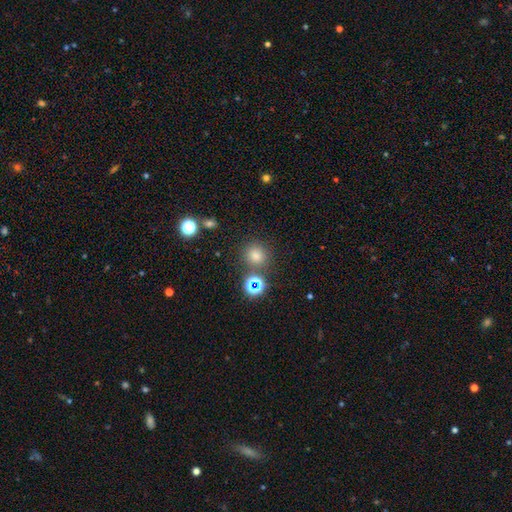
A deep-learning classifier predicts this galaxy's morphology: Smooth or featured: smooth — 68% (star or artifact — 25%)
How rounded: round — 89% (in between — 10%)
Merging: none — 81% (merger — 8%)